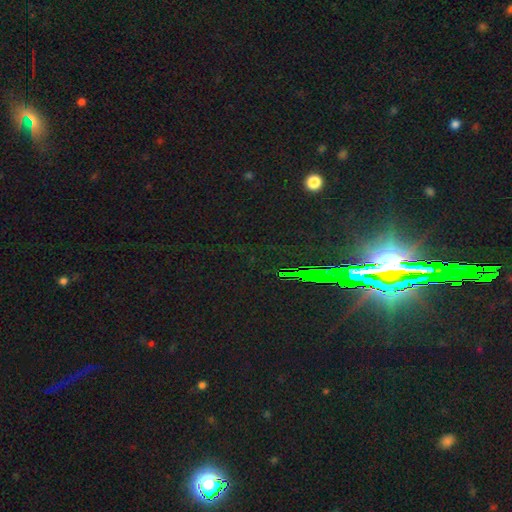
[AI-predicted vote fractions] Overall: star or artifact (83%).